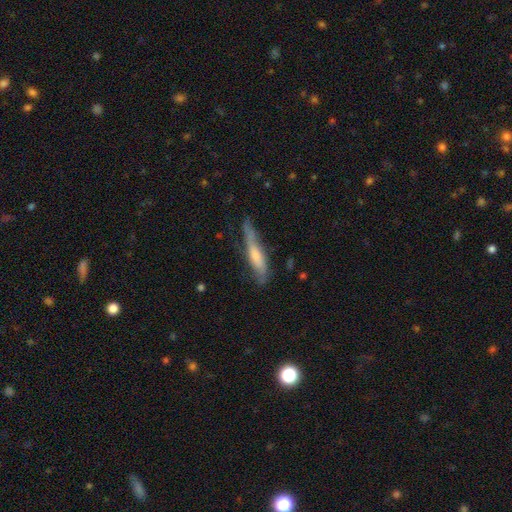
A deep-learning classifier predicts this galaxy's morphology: Smooth or featured? Predicted: smooth (p=0.48). Merging? Predicted: none (p=0.58).